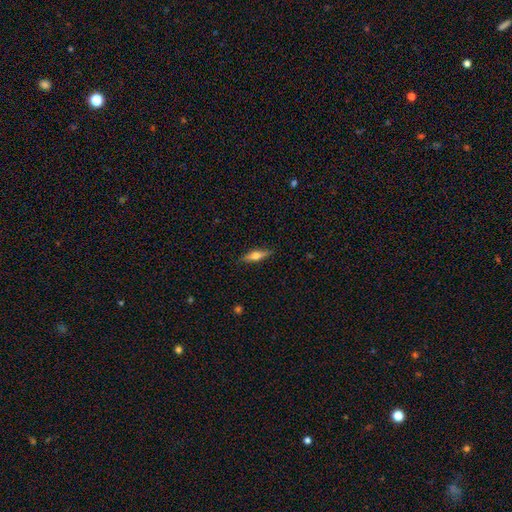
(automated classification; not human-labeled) Q: Smooth or featured?
A: smooth (51%); runner-up: featured or disk (43%)
Q: How rounded?
A: cigar-shaped (64%); runner-up: in between (34%)
Q: Merging?
A: none (87%); runner-up: minor disturbance (10%)